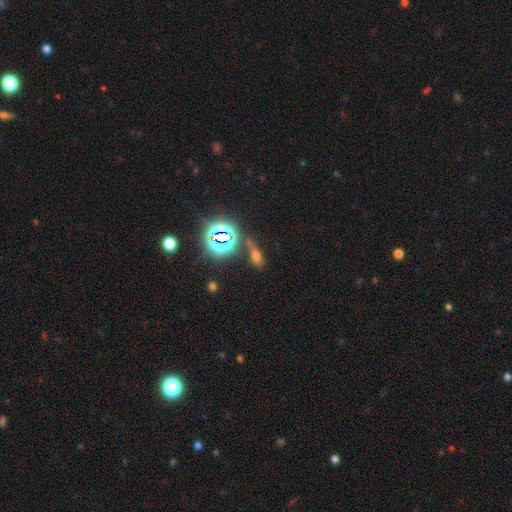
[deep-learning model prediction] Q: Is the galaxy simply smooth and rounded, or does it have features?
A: smooth — 45%.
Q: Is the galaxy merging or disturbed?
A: none — 62%.